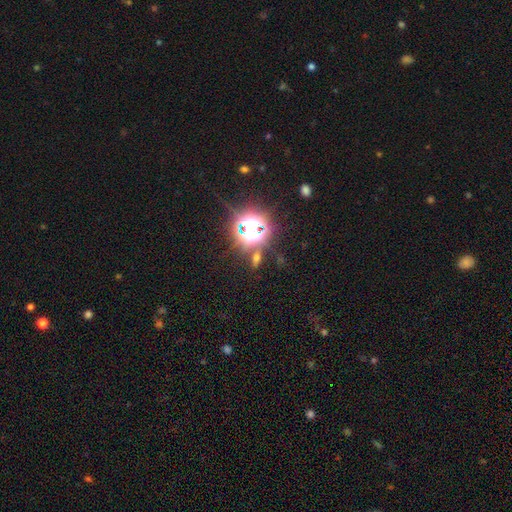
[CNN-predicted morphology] Smooth or featured: star or artifact — 74% (smooth — 18%)